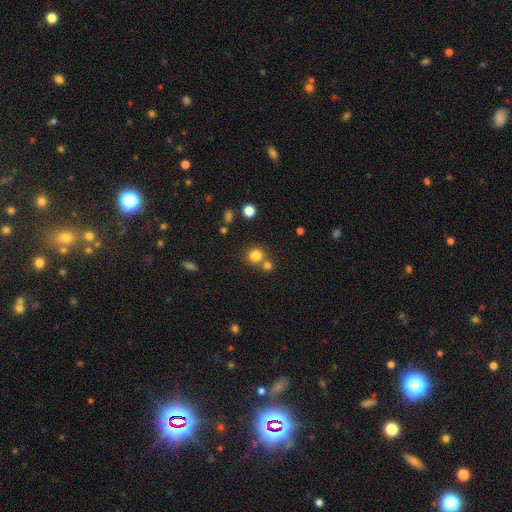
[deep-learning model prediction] smooth_or_featured: smooth (p=0.80) [alt: star or artifact p=0.14]
how_rounded: round (p=0.91) [alt: in between p=0.08]
merging: none (p=0.63) [alt: merger p=0.28]